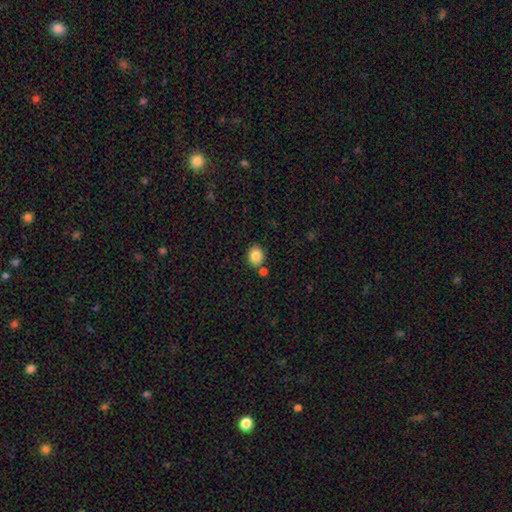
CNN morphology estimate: Smooth or featured? Predicted: smooth (p=0.85). How rounded? Predicted: round (p=0.66). Merging? Predicted: none (p=0.77).